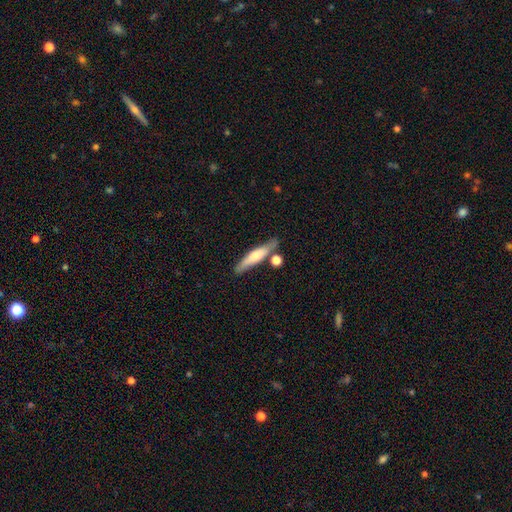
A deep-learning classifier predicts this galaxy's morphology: Smooth or featured: smooth — 56% (featured or disk — 38%)
How rounded: cigar-shaped — 85% (in between — 13%)
Merging: none — 73% (minor disturbance — 13%)